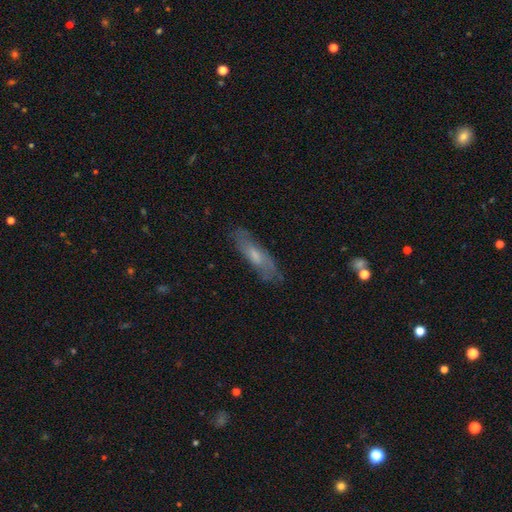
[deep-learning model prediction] A smooth galaxy with no disk features (50%) that is cigar-shaped (63%).

Vote fractions:
- Smooth or featured? smooth: 50% / featured or disk: 43% / star or artifact: 7%
- How rounded? cigar-shaped: 63% / in between: 35% / round: 2%
- Merging? none: 76% / minor disturbance: 18% / major disturbance: 5% / merger: 2%